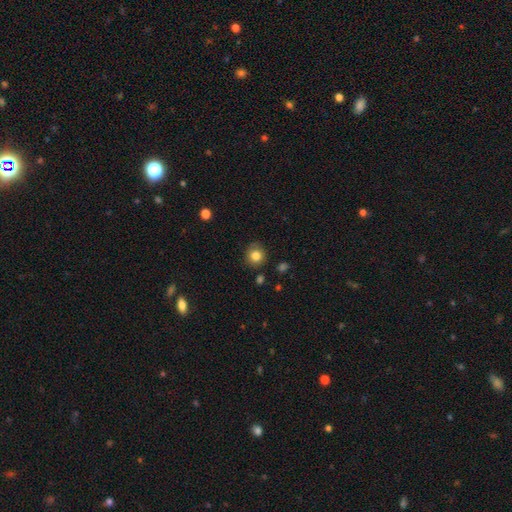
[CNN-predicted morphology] This is clearly a smooth galaxy (83%). How rounded: clearly round (88%). Merging: clearly none (83%).